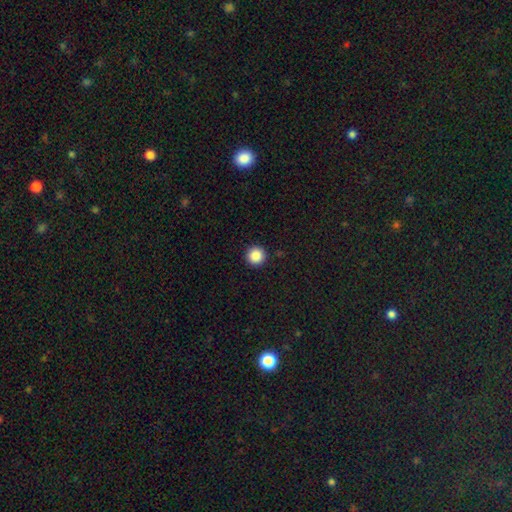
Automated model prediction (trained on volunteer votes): This appears to be a smooth galaxy with no disk features (87%) that is round (96%). Merging: none (93%).